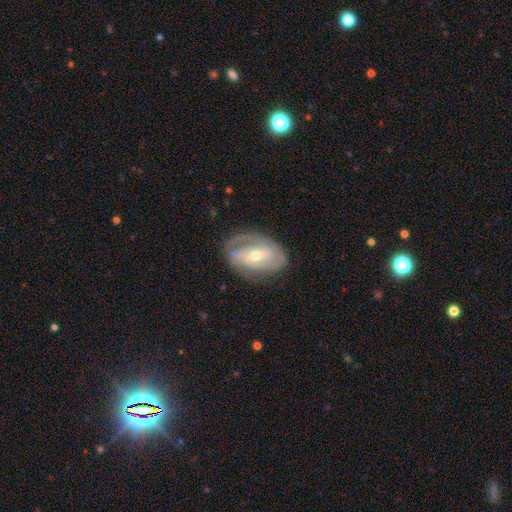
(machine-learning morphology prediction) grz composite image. It shows a featured or disk galaxy (79%) with a weak bar (40%), 2 (56%) tight (51%) spiral arms (87%) and a moderate central bulge (51%). Merging: none (74%).